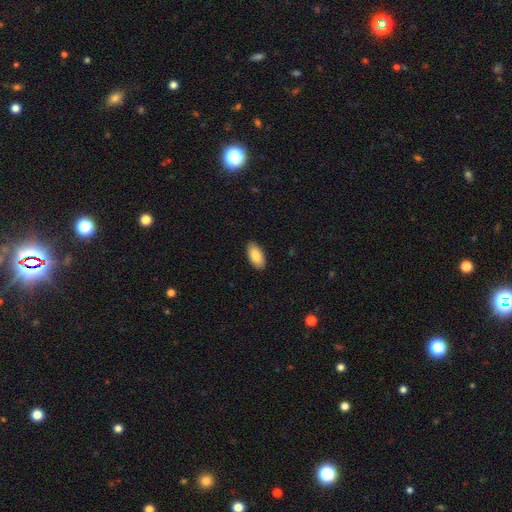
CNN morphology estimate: smooth_or_featured: smooth (p=0.86) [alt: featured or disk p=0.08]
how_rounded: in between (p=0.93) [alt: cigar-shaped p=0.05]
merging: none (p=0.89) [alt: minor disturbance p=0.08]